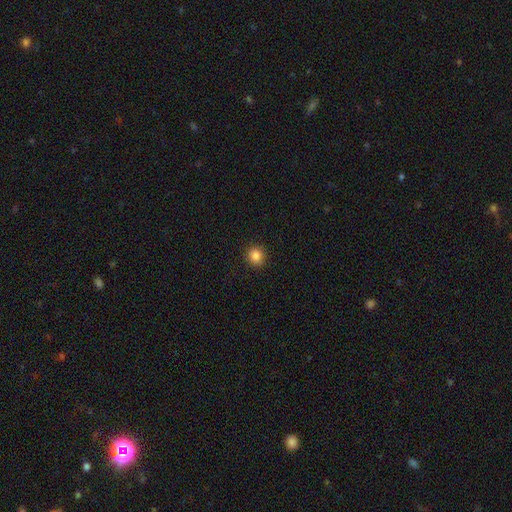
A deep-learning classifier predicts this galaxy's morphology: This is clearly a smooth galaxy (85%). How rounded: clearly round (87%). Merging: clearly none (92%).